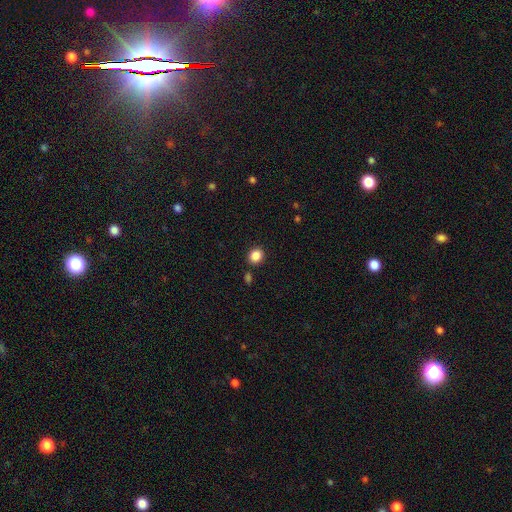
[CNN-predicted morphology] Q: Smooth or featured?
A: smooth (86%); runner-up: star or artifact (10%)
Q: How rounded?
A: round (74%); runner-up: in between (25%)
Q: Merging?
A: none (86%); runner-up: minor disturbance (7%)